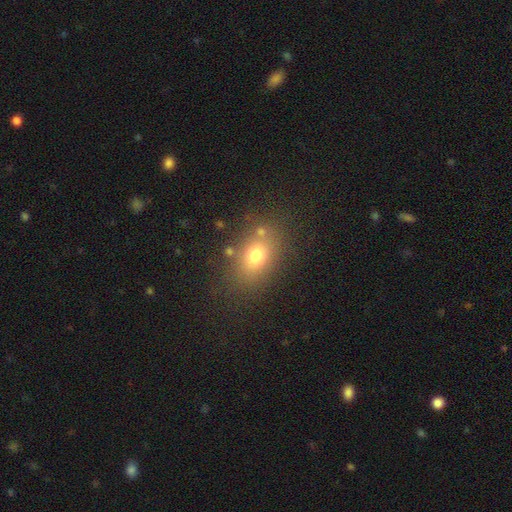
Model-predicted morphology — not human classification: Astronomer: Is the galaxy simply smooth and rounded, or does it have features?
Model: smooth — 74%.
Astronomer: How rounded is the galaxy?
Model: in between — 70%.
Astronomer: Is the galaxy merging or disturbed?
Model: none — 74%.